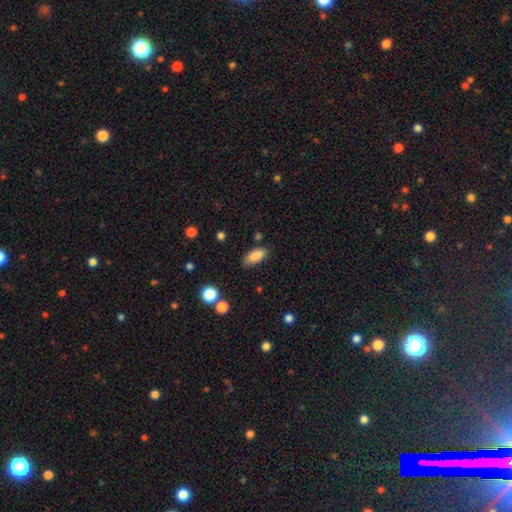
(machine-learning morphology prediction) This is clearly a smooth galaxy (87%). How rounded: clearly in between (86%). Merging: likely none (75%).